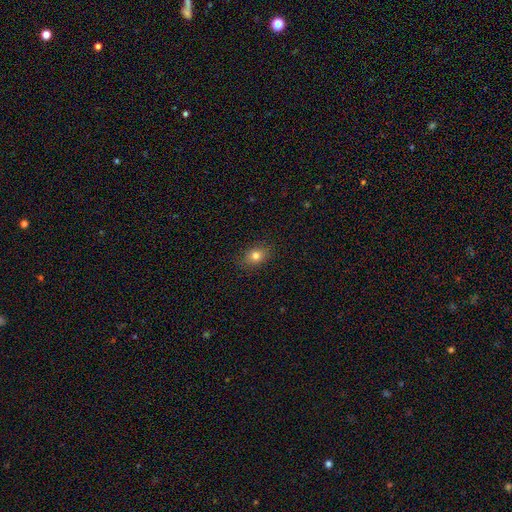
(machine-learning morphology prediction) Q: Smooth or featured?
A: smooth (80%); runner-up: star or artifact (12%)
Q: How rounded?
A: in between (61%); runner-up: round (38%)
Q: Merging?
A: none (87%); runner-up: minor disturbance (10%)